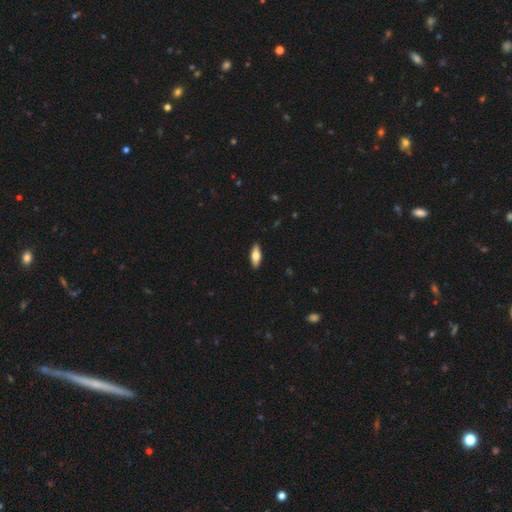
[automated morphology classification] Smooth or featured? Predicted: smooth (p=0.65). How rounded? Predicted: in between (p=0.67). Merging? Predicted: none (p=0.90).